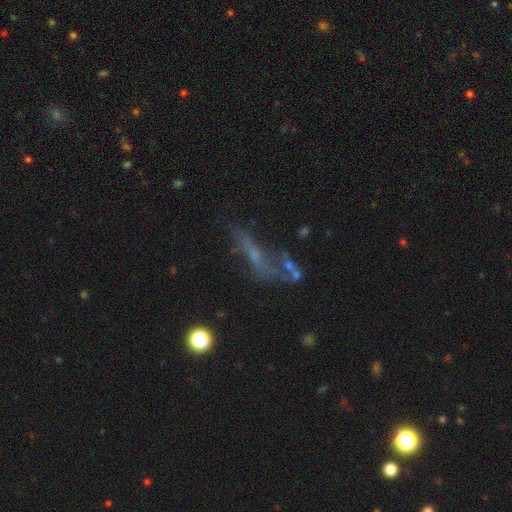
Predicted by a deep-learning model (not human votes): smooth_or_featured: featured or disk (p=0.50) [alt: smooth p=0.26]
merging: none (p=0.35) [alt: major disturbance p=0.27]